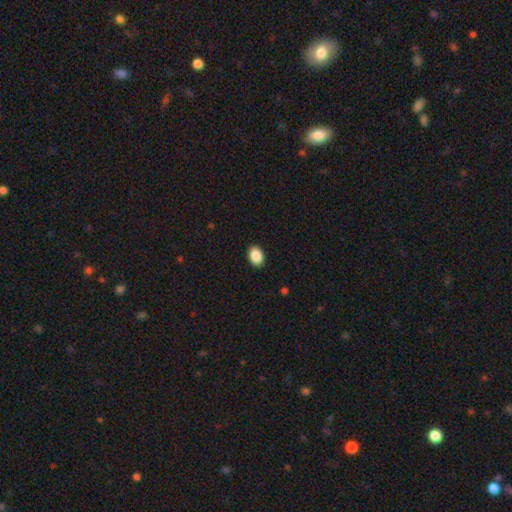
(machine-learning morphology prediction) Overall: smooth (89%). How rounded: in between (78%). Merging: none (90%).